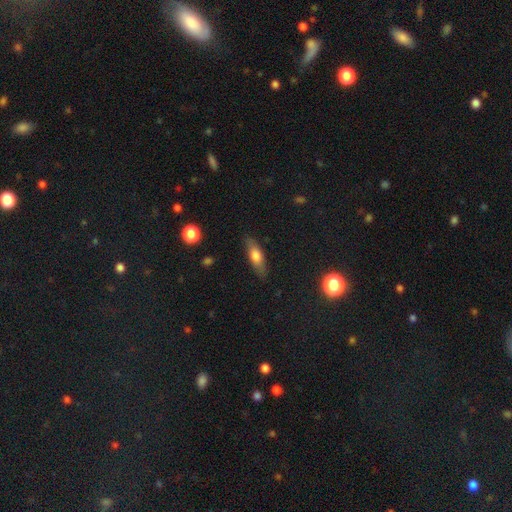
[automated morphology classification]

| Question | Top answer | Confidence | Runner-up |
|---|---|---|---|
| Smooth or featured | smooth | 67% | featured or disk (26%) |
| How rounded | in between | 57% | cigar-shaped (40%) |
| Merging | none | 82% | minor disturbance (14%) |